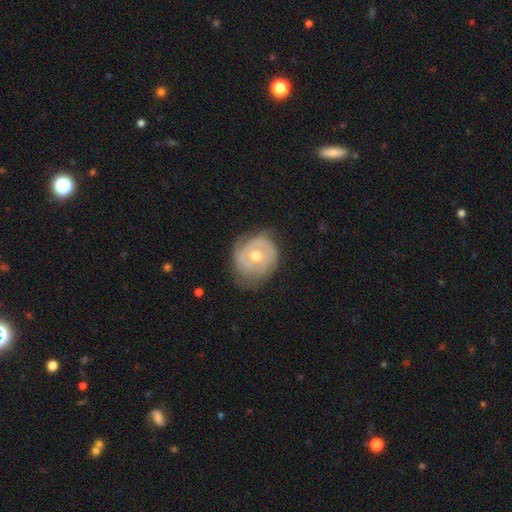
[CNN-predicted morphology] Q: Smooth or featured?
A: featured or disk (69%); runner-up: smooth (24%)
Q: Edge-on disk?
A: no (97%); runner-up: yes (3%)
Q: Bar?
A: no (72%); runner-up: weak (23%)
Q: Spiral arms?
A: yes (79%); runner-up: no (21%)
Q: Spiral winding?
A: tight (65%); runner-up: medium (26%)
Q: Spiral arm count?
A: 2 (37%); runner-up: can't tell (35%)
Q: Bulge size?
A: moderate (73%); runner-up: small (21%)
Q: Merging?
A: none (67%); runner-up: minor disturbance (24%)